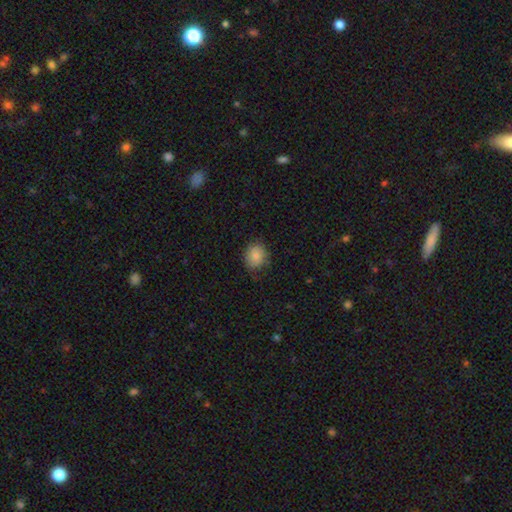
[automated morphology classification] This is clearly a smooth galaxy (83%). How rounded: likely round (71%). Merging: likely none (78%).